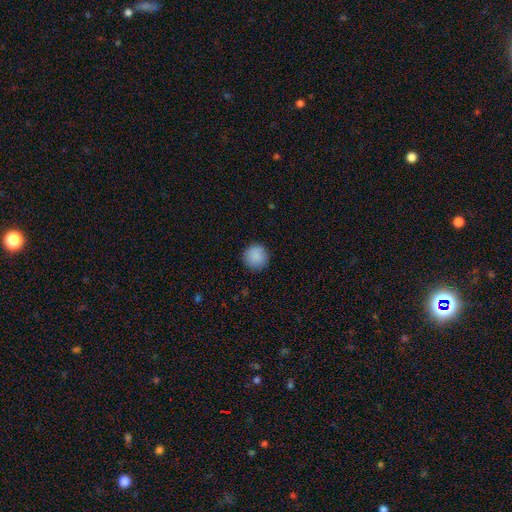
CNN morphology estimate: A smooth galaxy with no disk features (89%) that is round (95%). Merging: none (91%).